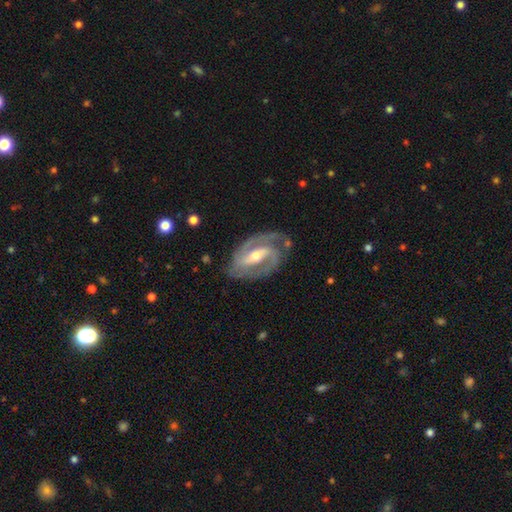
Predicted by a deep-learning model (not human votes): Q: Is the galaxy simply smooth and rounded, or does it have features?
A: featured or disk — 92%.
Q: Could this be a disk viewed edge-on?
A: no — 96%.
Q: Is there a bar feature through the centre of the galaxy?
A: strong — 55%.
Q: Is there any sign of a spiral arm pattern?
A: yes — 97%.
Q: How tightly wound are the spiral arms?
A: medium — 46%.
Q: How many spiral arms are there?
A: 2 — 87%.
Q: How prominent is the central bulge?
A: moderate — 59%.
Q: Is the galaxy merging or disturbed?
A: none — 78%.